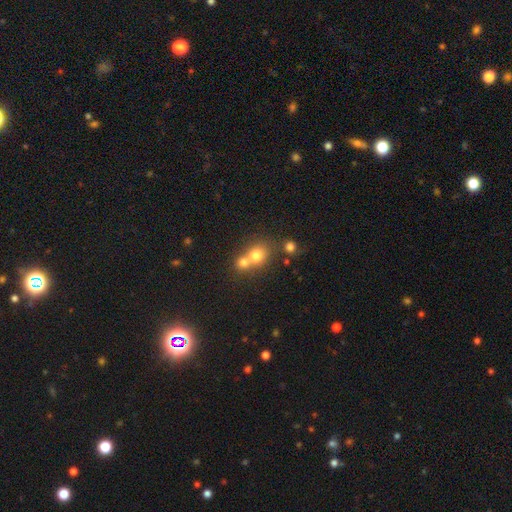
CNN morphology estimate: smooth-or-featured: smooth: 74% | star or artifact: 13% | featured or disk: 13%
  how-rounded: round: 77% | in between: 22% | cigar-shaped: 1%
  merging: merger: 58% | none: 33% | minor disturbance: 6% | major disturbance: 3%